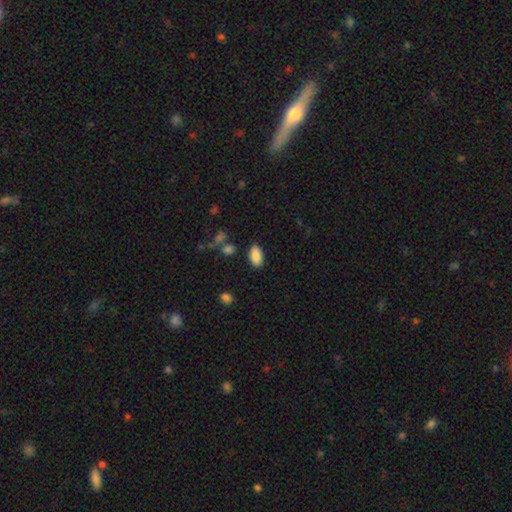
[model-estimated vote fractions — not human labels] Morphology: type=smooth (88%); roundness=in between (92%); merging=none (85%).